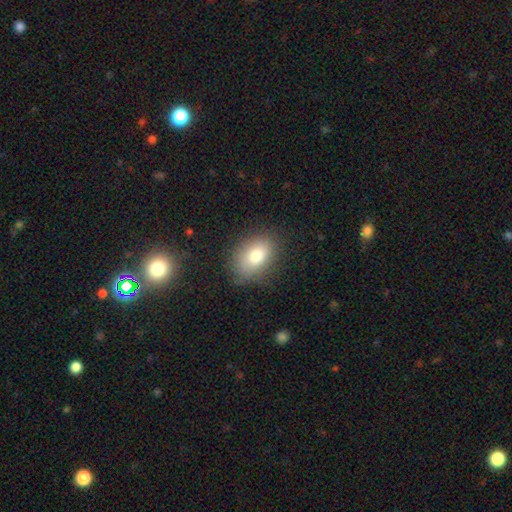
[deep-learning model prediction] Smooth or featured: smooth — 80% (featured or disk — 11%)
How rounded: in between — 83% (round — 16%)
Merging: none — 78% (minor disturbance — 16%)